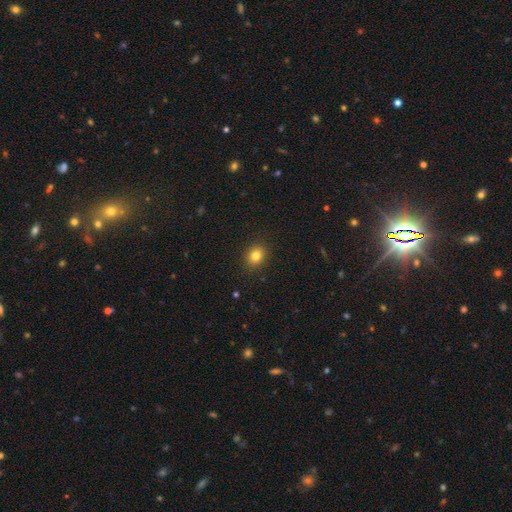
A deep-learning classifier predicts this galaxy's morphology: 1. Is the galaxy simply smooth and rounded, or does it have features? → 82% smooth, 12% star or artifact, 7% featured or disk.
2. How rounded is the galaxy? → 63% round, 36% in between, 1% cigar-shaped.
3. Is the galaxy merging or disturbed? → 90% none, 7% minor disturbance, 2% major disturbance, 1% merger.